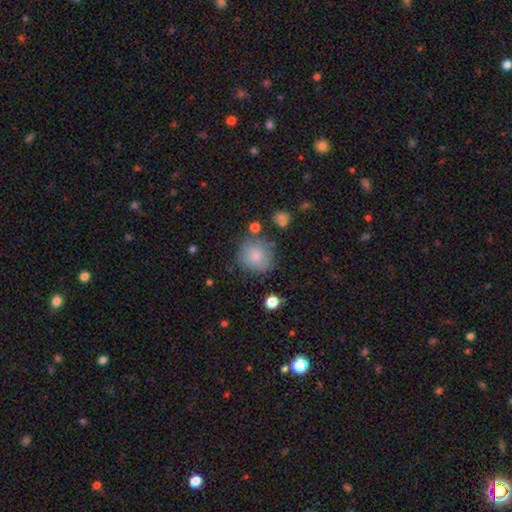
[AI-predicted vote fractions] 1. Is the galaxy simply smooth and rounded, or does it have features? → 79% smooth, 12% featured or disk, 9% star or artifact.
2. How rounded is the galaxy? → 88% round, 12% in between, 1% cigar-shaped.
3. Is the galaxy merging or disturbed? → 70% none, 18% minor disturbance, 7% major disturbance, 5% merger.